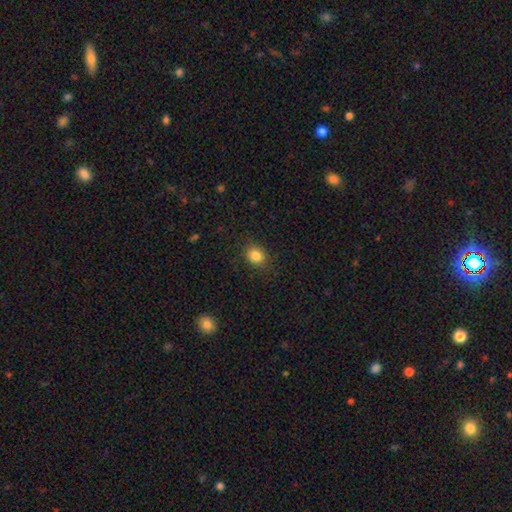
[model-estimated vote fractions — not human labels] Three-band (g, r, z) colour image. It shows a smooth galaxy with no disk features (84%) that is round (65%). Merging: none (87%).